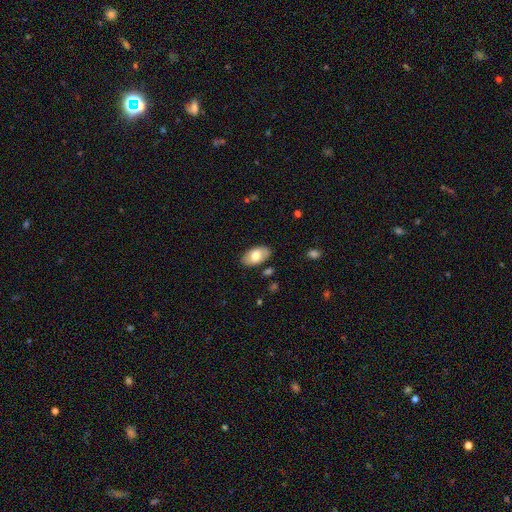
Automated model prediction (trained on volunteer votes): The model was most divided on "smooth or featured": smooth: 74%, featured or disk: 20%, star or artifact: 6%. More confident: how rounded — in between (95%); merging — none (85%).